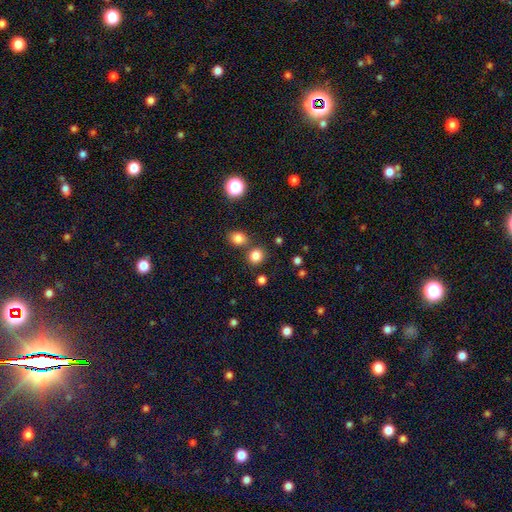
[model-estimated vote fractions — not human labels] Morphology: type=smooth (82%); roundness=round (80%); merging=none (75%).